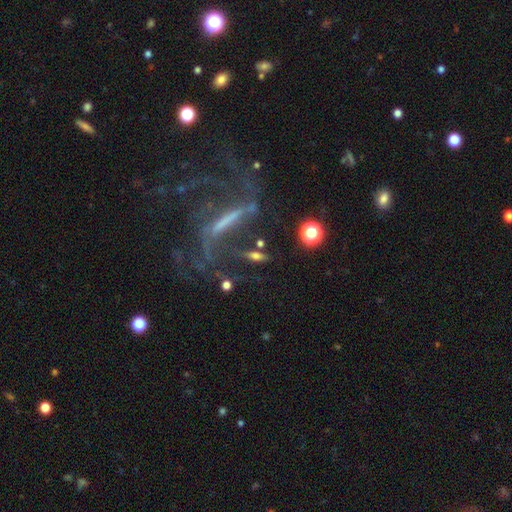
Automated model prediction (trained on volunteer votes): Smooth or featured? smooth (51%)
How rounded? cigar-shaped (51%)
Merging? none (65%)